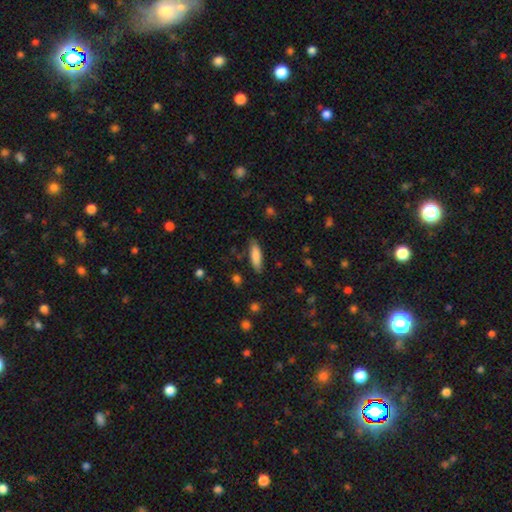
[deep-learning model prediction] Smooth or featured: smooth — 84% (featured or disk — 10%)
How rounded: cigar-shaped — 58% (in between — 41%)
Merging: none — 83% (minor disturbance — 13%)